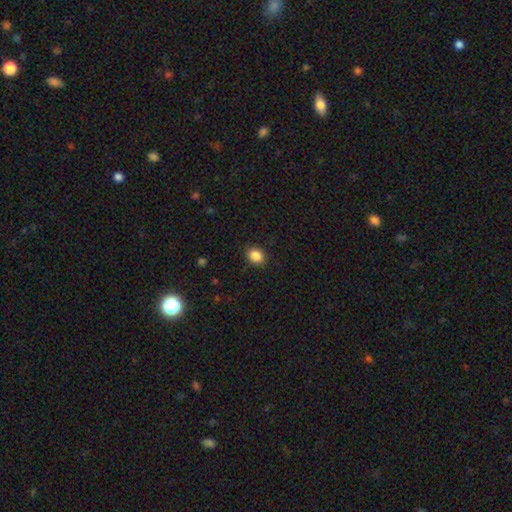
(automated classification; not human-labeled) A smooth galaxy with no disk features (87%) that is in between round and cigar-shaped (56%). Merging: none (88%).